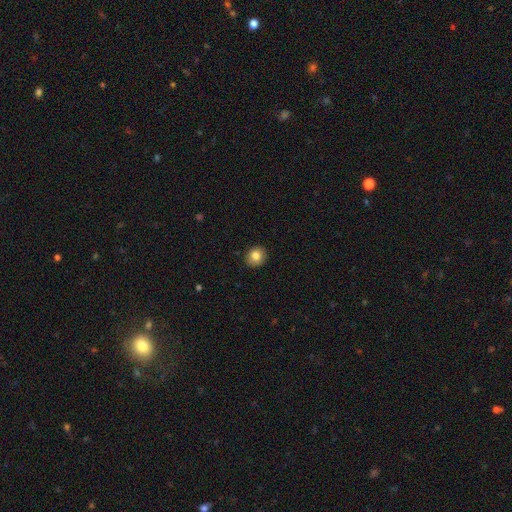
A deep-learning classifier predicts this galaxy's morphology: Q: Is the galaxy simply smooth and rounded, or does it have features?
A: smooth — 83%.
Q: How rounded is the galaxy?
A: round — 78%.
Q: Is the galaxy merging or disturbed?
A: none — 91%.